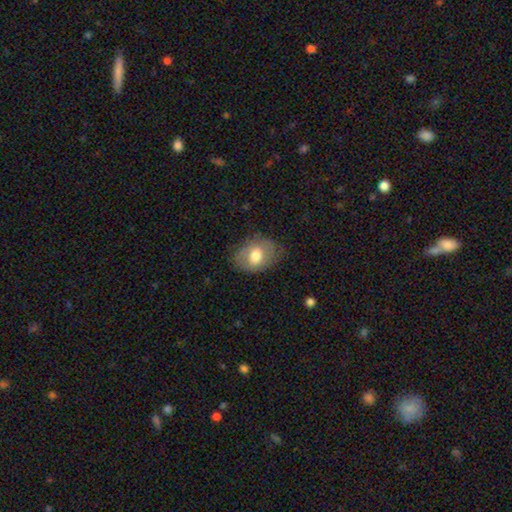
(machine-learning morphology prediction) Smooth or featured: smooth — 66% (featured or disk — 27%)
How rounded: in between — 68% (round — 31%)
Merging: none — 71% (minor disturbance — 21%)